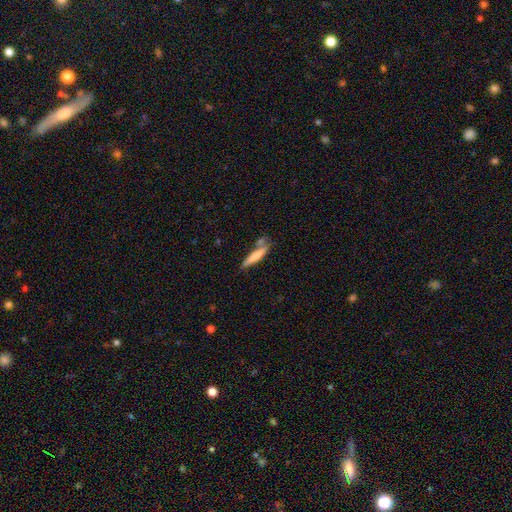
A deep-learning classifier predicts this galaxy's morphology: This appears to be a smooth galaxy with no disk features (66%) that is cigar-shaped (88%). Merging: none (63%).